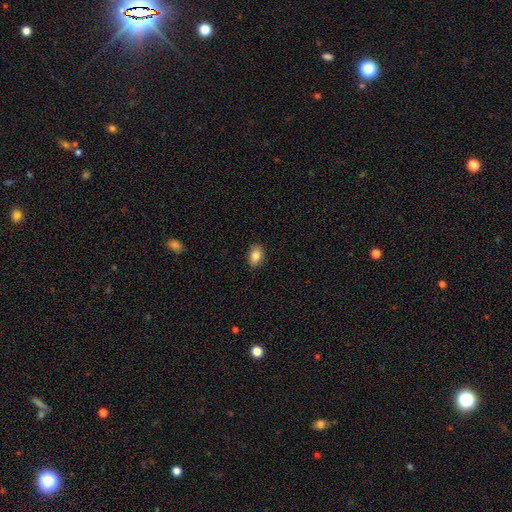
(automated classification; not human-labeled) smooth-or-featured: smooth: 84% | star or artifact: 8% | featured or disk: 8%
  how-rounded: in between: 83% | round: 16% | cigar-shaped: 1%
  merging: none: 90% | minor disturbance: 8% | major disturbance: 2% | merger: 1%